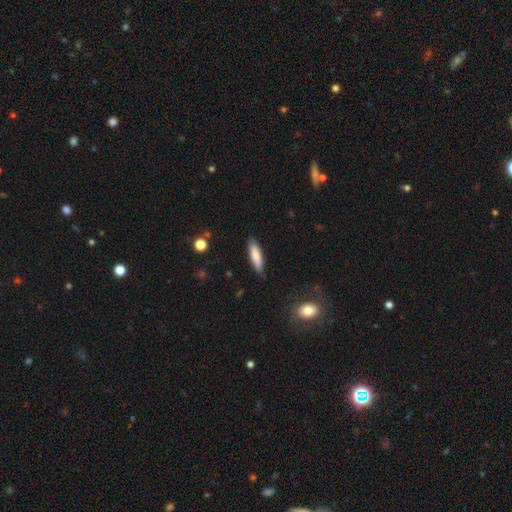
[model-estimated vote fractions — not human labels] A smooth galaxy with no disk features (83%) that is cigar-shaped (67%). Merging: none (85%).